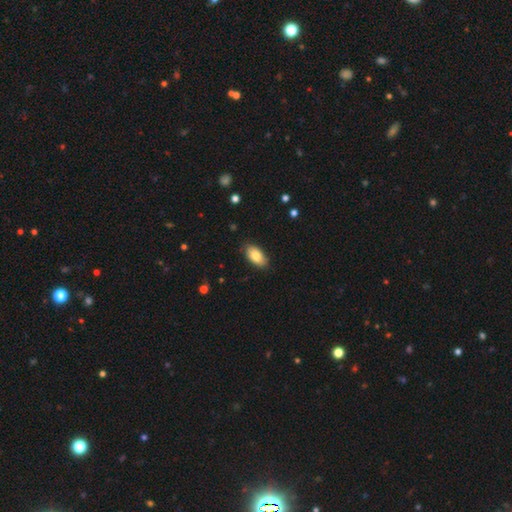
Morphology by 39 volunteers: Volunteers were most divided on "merging": none: 89%, minor disturbance: 11%, major disturbance: 0%, merger: 0%. More confident: how rounded — in between (100%); smooth or featured — smooth (90%).